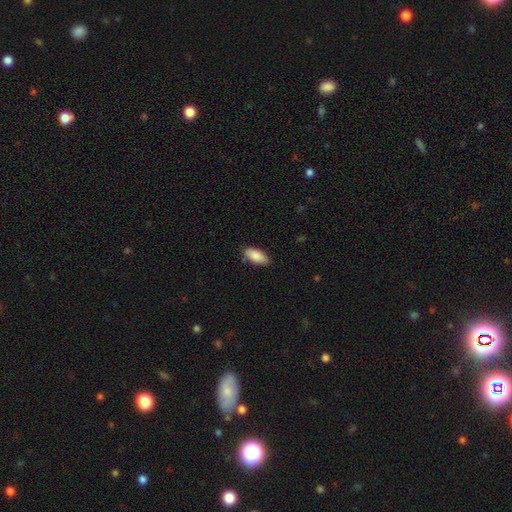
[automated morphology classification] A smooth galaxy with no disk features (88%) that is in between round and cigar-shaped (90%).

Vote fractions:
- Smooth or featured? smooth: 88% / star or artifact: 6% / featured or disk: 6%
- How rounded? in between: 90% / cigar-shaped: 8% / round: 2%
- Merging? none: 81% / minor disturbance: 15% / major disturbance: 2% / merger: 1%